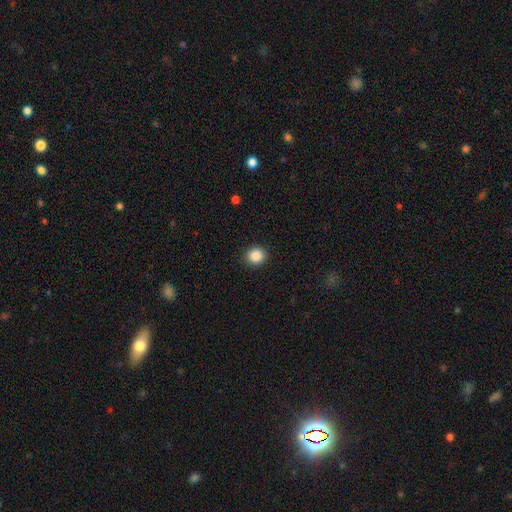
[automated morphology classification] A smooth galaxy with no disk features (87%) that is round (88%). Merging: none (92%).